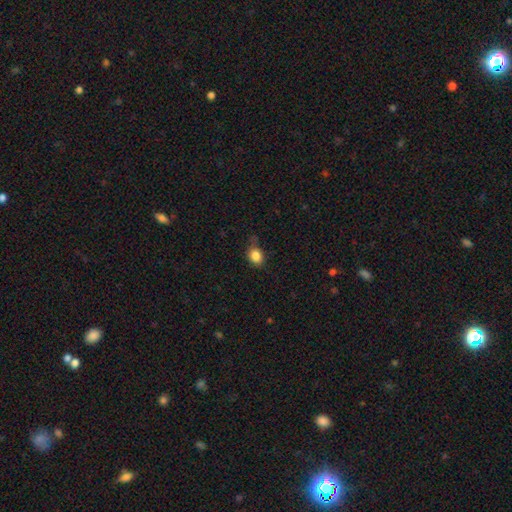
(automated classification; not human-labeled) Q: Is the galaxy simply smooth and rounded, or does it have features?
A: smooth — 85%.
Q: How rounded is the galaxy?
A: in between — 53%.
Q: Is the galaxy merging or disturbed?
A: none — 64%.